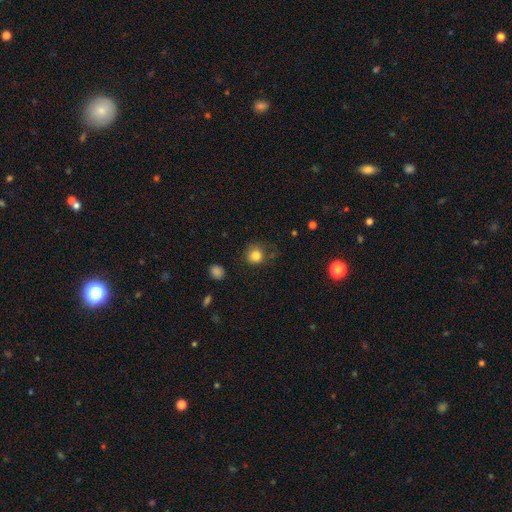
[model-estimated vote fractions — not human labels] This appears to be a smooth galaxy with no disk features (83%) that is round (88%). Merging: none (70%).